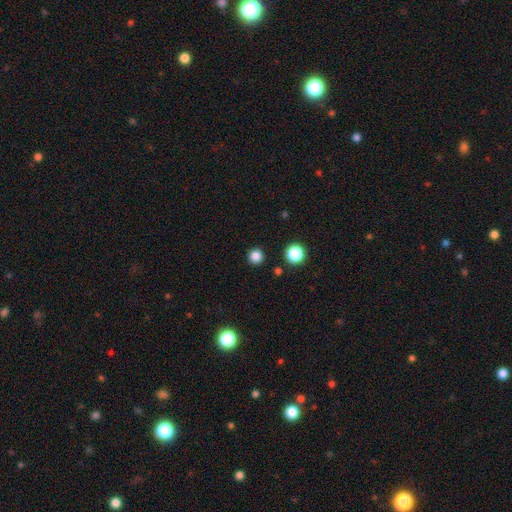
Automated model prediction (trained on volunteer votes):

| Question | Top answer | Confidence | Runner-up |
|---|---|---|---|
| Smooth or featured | smooth | 83% | star or artifact (14%) |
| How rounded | round | 96% | in between (3%) |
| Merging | none | 91% | minor disturbance (5%) |